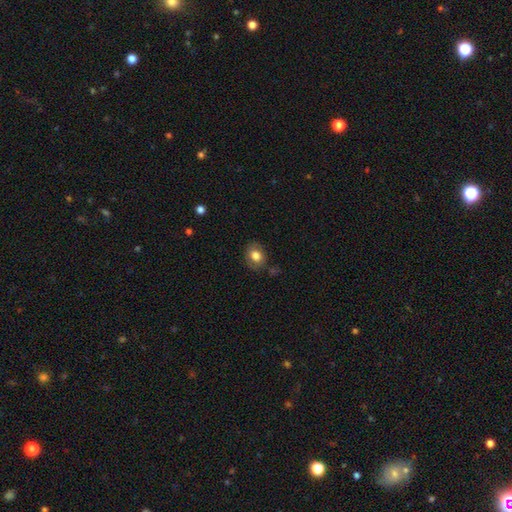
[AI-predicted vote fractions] Smooth or featured: smooth — 79% (featured or disk — 12%)
How rounded: in between — 51% (round — 48%)
Merging: none — 78% (minor disturbance — 15%)